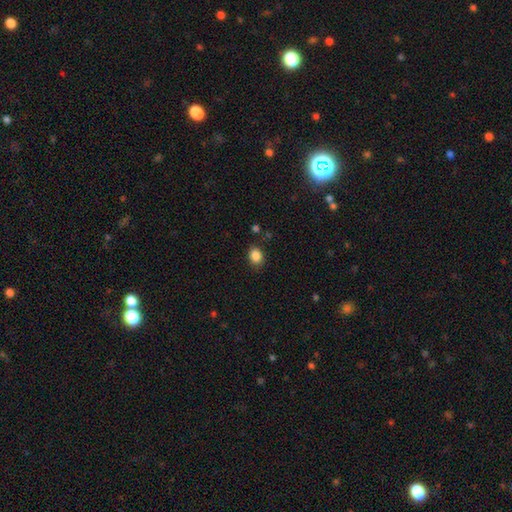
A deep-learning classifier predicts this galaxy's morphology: This is clearly a smooth galaxy (86%). How rounded: possibly in between (55%). Merging: clearly none (84%).